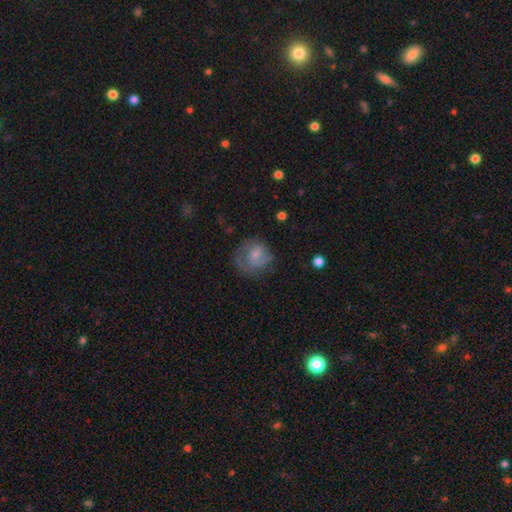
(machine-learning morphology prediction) Smooth or featured?
  - smooth: 56% *
  - featured or disk: 36%
  - star or artifact: 9%
How rounded?
  - round: 74% *
  - in between: 25%
  - cigar-shaped: 1%
Merging?
  - none: 49% *
  - minor disturbance: 25%
  - major disturbance: 24%
  - merger: 2%